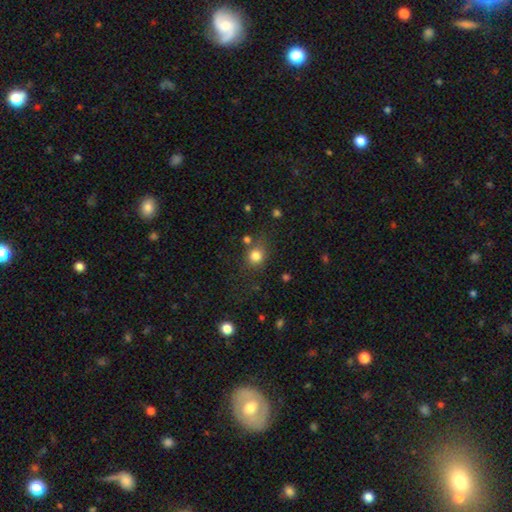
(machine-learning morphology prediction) smooth 81%, star or artifact 13%, featured or disk 6%. Down the decision tree: how rounded — round (85%); merging — none (74%).